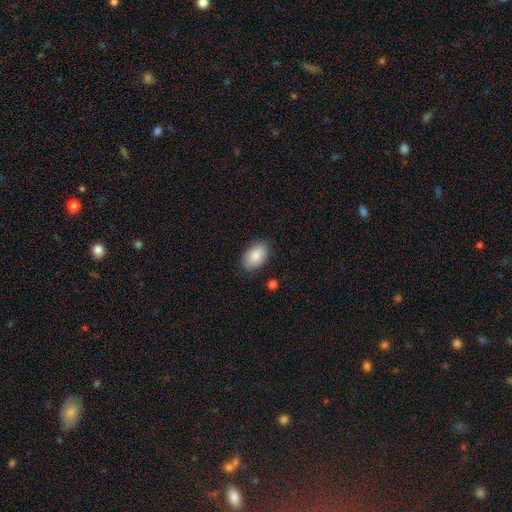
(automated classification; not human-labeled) Smooth or featured? smooth (86%)
How rounded? in between (91%)
Merging? none (82%)